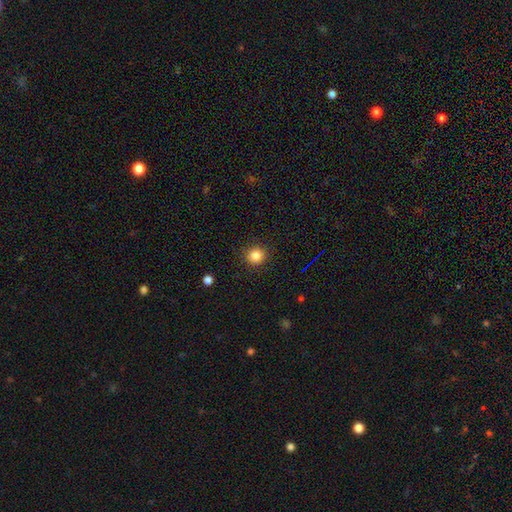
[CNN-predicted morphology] Smooth or featured: smooth — 84% (star or artifact — 12%)
How rounded: round — 91% (in between — 8%)
Merging: none — 90% (minor disturbance — 6%)